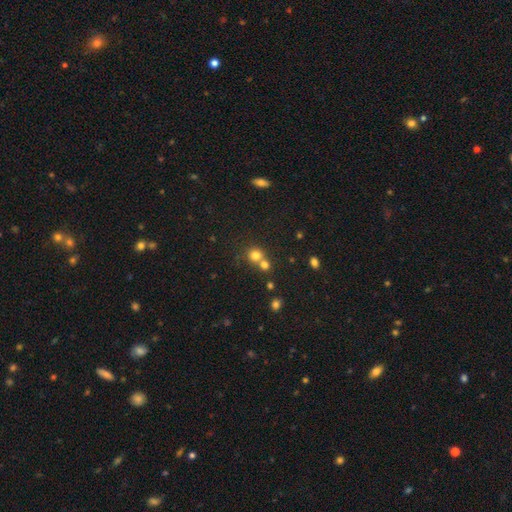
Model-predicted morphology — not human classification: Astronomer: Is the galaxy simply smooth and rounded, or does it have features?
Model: smooth — 76%.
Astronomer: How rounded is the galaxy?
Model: round — 87%.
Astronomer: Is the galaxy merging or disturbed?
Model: none — 46% (runner-up: merger, 44%).